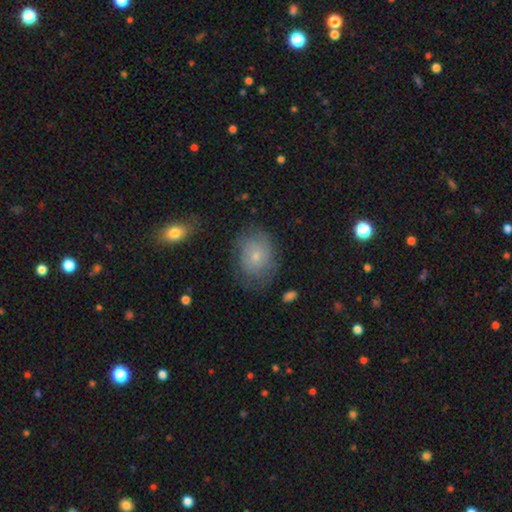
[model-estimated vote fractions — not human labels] A smooth galaxy with no disk features (59%) that is in between round and cigar-shaped (58%). Merging: none (66%).